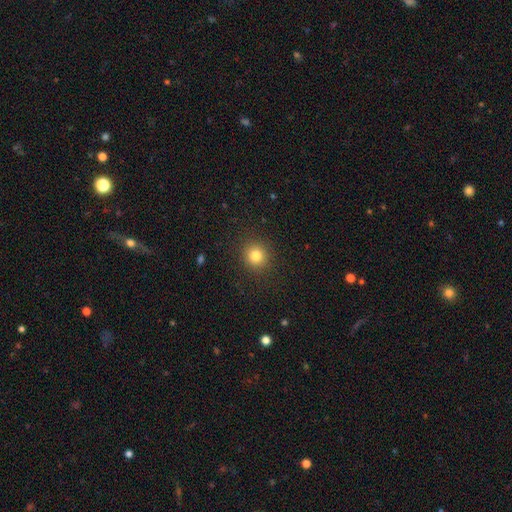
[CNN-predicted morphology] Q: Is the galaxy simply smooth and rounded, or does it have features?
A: smooth — 81%.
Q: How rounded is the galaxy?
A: round — 91%.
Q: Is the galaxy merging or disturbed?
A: none — 91%.